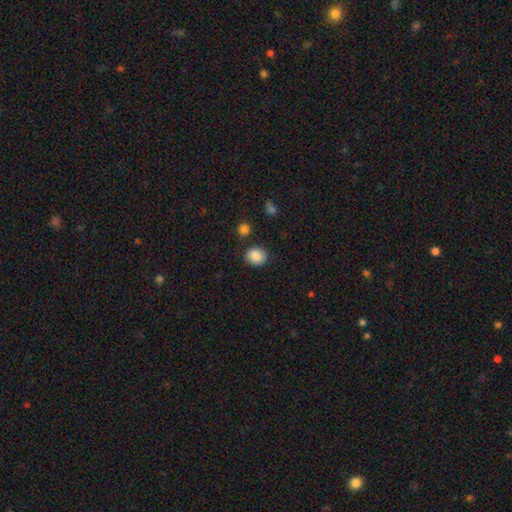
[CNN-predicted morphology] The model was most divided on "how rounded": round: 65%, in between: 34%, cigar-shaped: 1%. More confident: smooth or featured — smooth (86%); merging — none (84%).